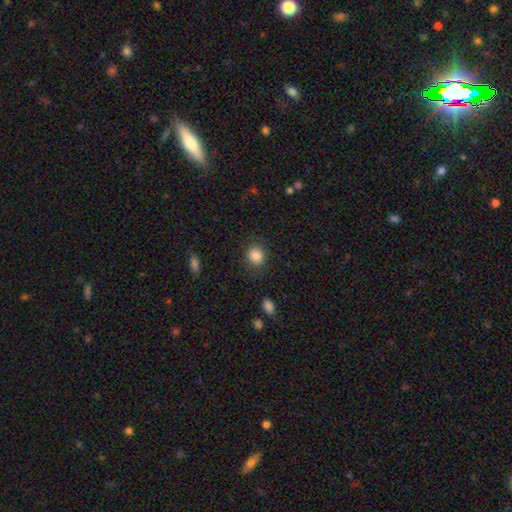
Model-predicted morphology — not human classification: A smooth galaxy with no disk features (86%) that is round (78%). Merging: none (86%).